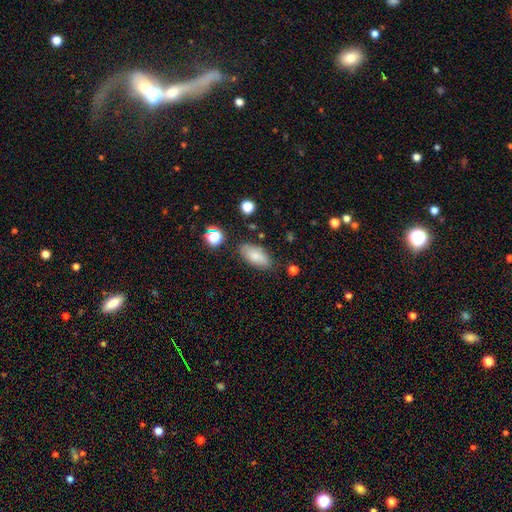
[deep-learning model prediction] This appears to be a smooth galaxy with no disk features (79%) that is in between round and cigar-shaped (88%). Merging: none (79%).